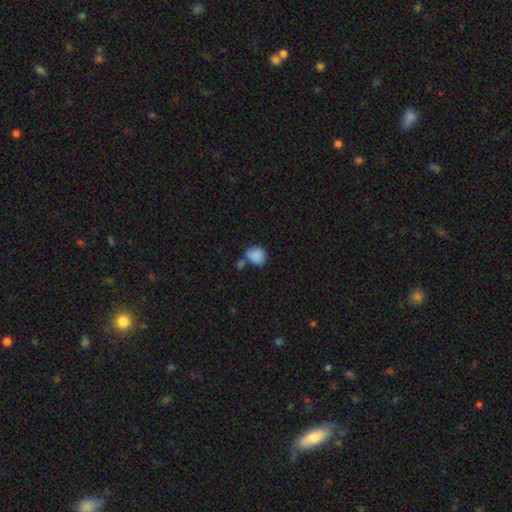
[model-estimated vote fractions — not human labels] Smooth or featured? Predicted: smooth (p=0.86). How rounded? Predicted: round (p=0.62). Merging? Predicted: none (p=0.53).